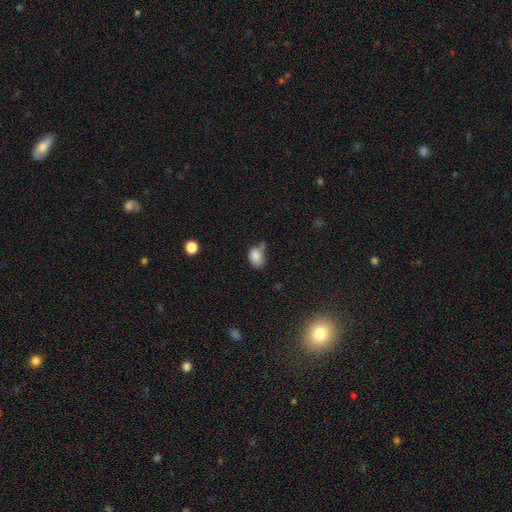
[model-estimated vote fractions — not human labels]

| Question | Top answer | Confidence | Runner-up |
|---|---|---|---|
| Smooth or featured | smooth | 83% | star or artifact (10%) |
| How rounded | in between | 83% | round (16%) |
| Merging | none | 43% | minor disturbance (32%) |